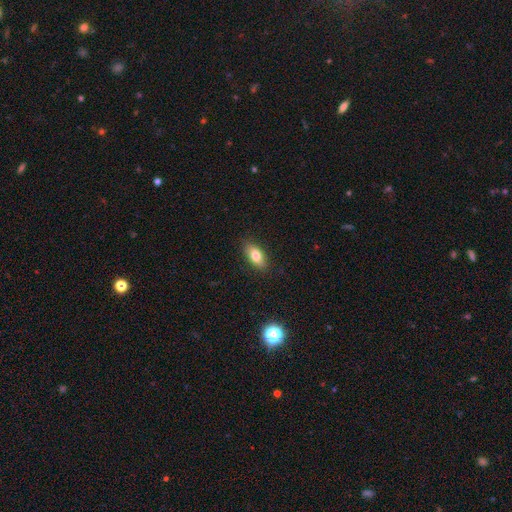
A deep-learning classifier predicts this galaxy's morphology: This appears to be a smooth galaxy with no disk features (79%) that is in between round and cigar-shaped (87%). Merging: none (87%).